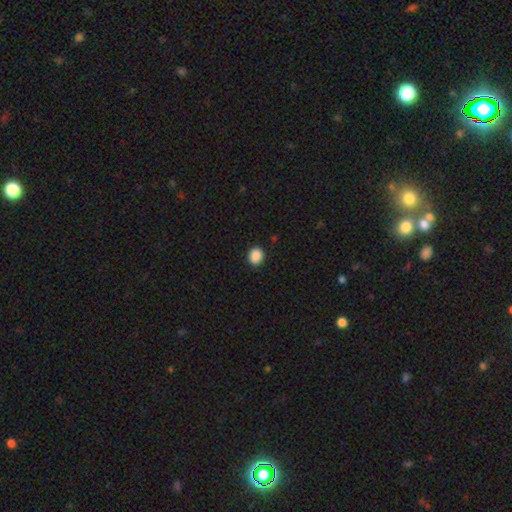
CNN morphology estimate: Smooth or featured? smooth (89%)
How rounded? round (67%)
Merging? none (91%)